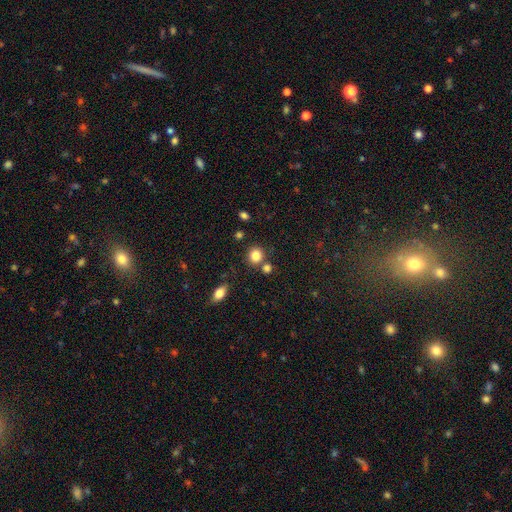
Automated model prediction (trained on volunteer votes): A smooth galaxy with no disk features (83%) that is round (82%).

Vote fractions:
- Smooth or featured? smooth: 83% / star or artifact: 11% / featured or disk: 6%
- How rounded? round: 82% / in between: 17% / cigar-shaped: 1%
- Merging? none: 74% / merger: 14% / minor disturbance: 9% / major disturbance: 3%